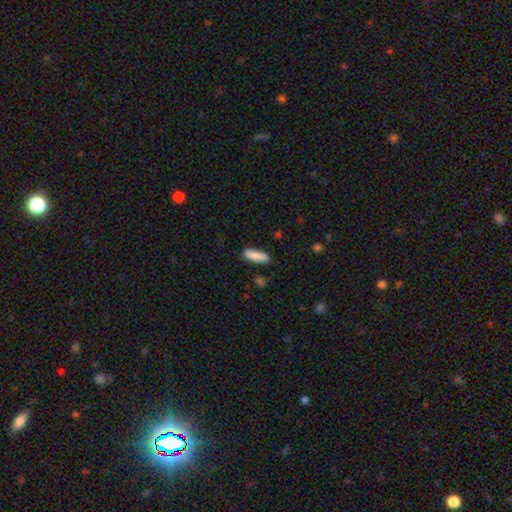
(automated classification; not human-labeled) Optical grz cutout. It shows a smooth galaxy with no disk features (86%) that is in between round and cigar-shaped (54%). Merging: none (86%).